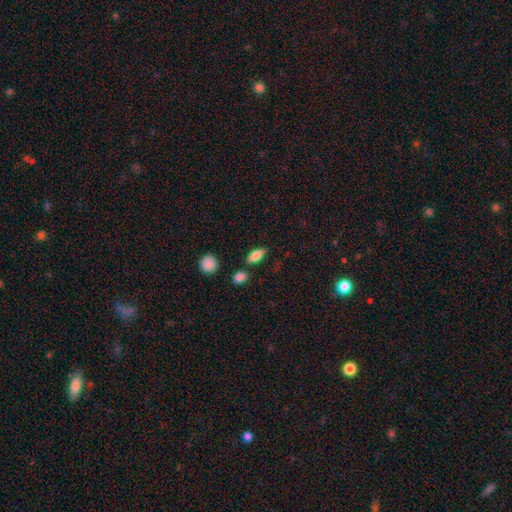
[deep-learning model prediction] A smooth galaxy with no disk features (81%) that is in between round and cigar-shaped (84%). Merging: none (79%).